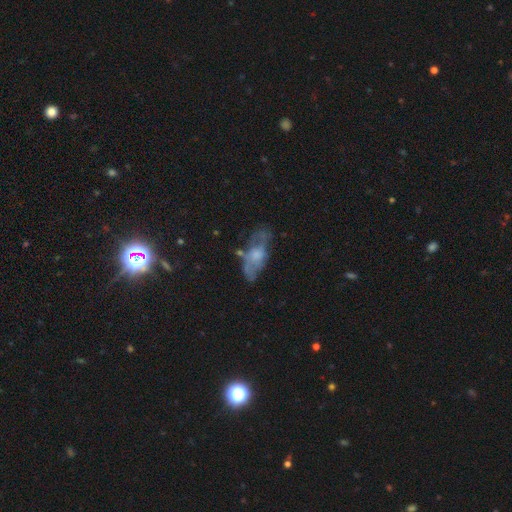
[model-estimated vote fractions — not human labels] Smooth or featured? Predicted: featured or disk (p=0.55). Edge-on disk? Predicted: no (p=0.80). Merging? Predicted: none (p=0.50).